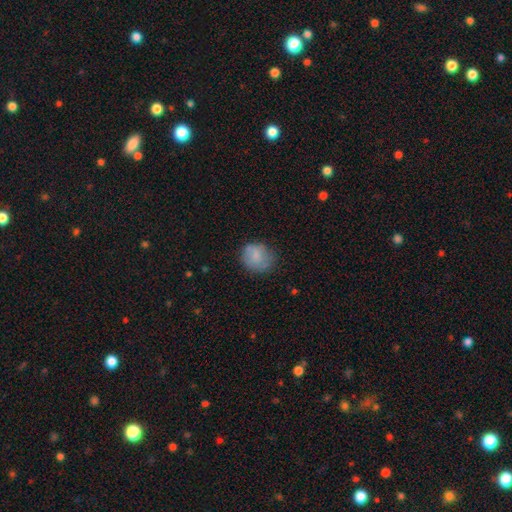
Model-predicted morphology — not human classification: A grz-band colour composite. It shows a smooth galaxy with no disk features (75%) that is round (73%). Merging: none (64%).